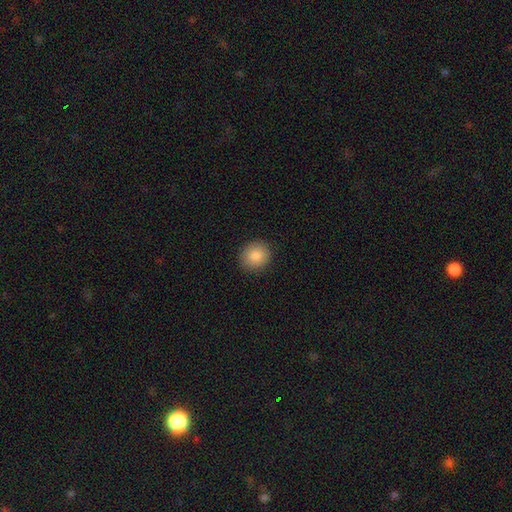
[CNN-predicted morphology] Smooth or featured: smooth — 85% (star or artifact — 9%)
How rounded: round — 87% (in between — 12%)
Merging: none — 91% (minor disturbance — 6%)